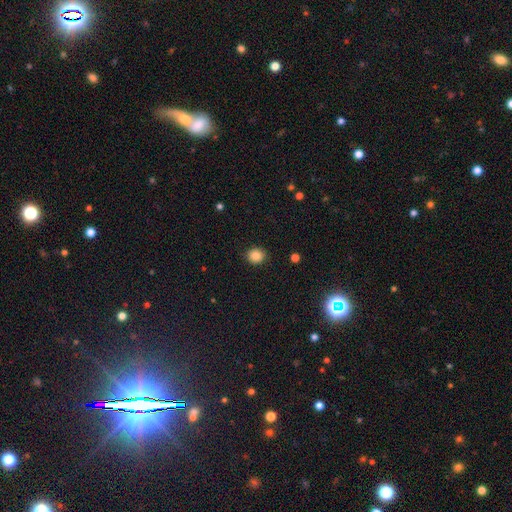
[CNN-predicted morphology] smooth_or_featured: smooth (p=0.85) [alt: star or artifact p=0.11]
how_rounded: round (p=0.79) [alt: in between p=0.20]
merging: none (p=0.89) [alt: minor disturbance p=0.08]